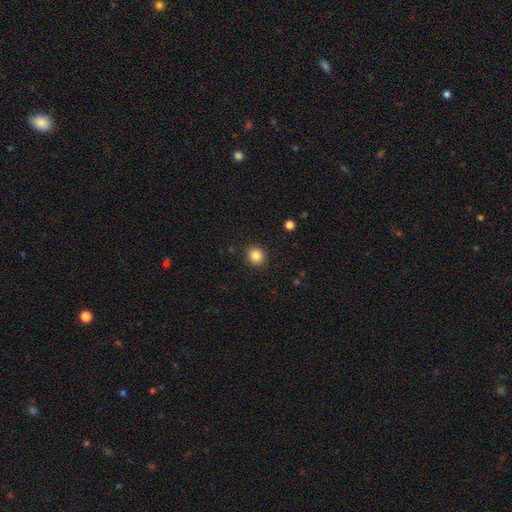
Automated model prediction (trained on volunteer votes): This is clearly a smooth galaxy (84%). How rounded: likely round (79%). Merging: clearly none (90%).